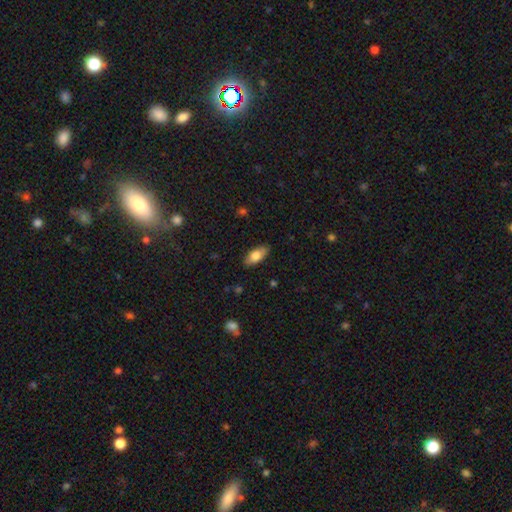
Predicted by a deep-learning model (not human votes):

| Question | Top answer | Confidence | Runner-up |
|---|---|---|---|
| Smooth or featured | smooth | 78% | featured or disk (15%) |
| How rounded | in between | 84% | cigar-shaped (13%) |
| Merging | none | 87% | minor disturbance (10%) |